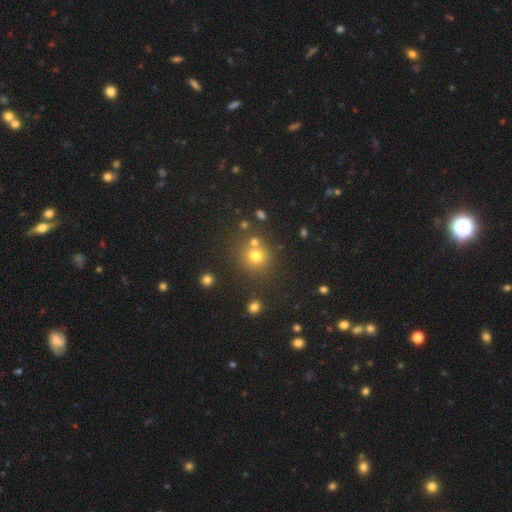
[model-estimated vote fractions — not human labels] This appears to be a smooth galaxy with no disk features (74%) that is round (90%). Merging: none (72%).